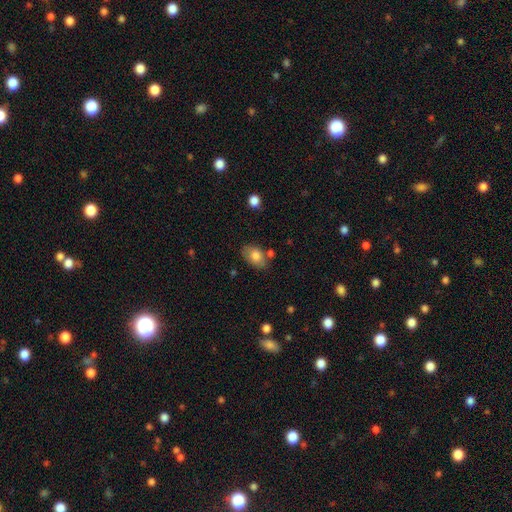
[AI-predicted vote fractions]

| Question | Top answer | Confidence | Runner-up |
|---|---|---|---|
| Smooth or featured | smooth | 80% | featured or disk (12%) |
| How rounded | in between | 83% | round (15%) |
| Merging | none | 69% | minor disturbance (18%) |